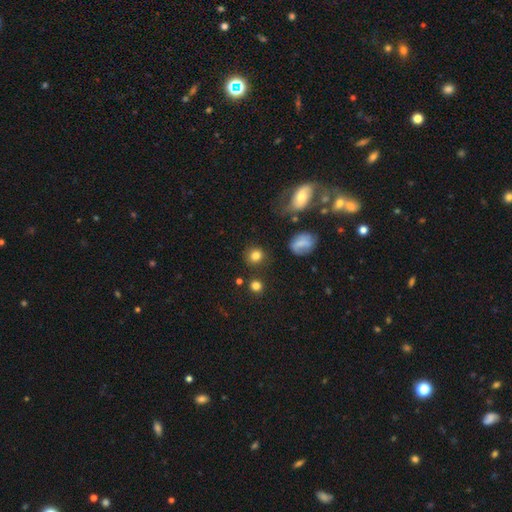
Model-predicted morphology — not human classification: Smooth or featured?
  - smooth: 80% *
  - star or artifact: 12%
  - featured or disk: 8%
How rounded?
  - round: 85% *
  - in between: 14%
  - cigar-shaped: 1%
Merging?
  - none: 84% *
  - minor disturbance: 9%
  - major disturbance: 4%
  - merger: 4%